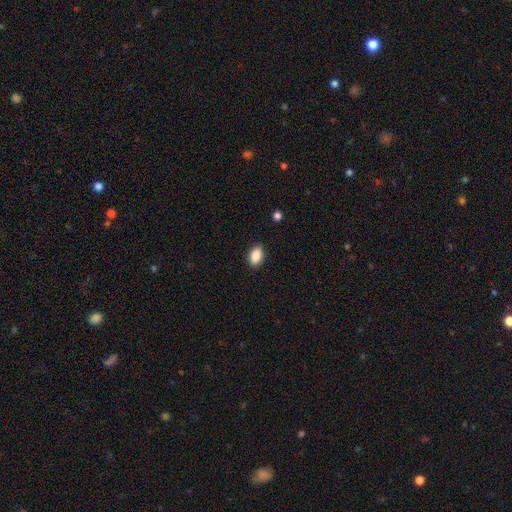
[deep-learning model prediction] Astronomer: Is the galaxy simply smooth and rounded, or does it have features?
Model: smooth — 88%.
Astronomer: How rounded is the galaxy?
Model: in between — 90%.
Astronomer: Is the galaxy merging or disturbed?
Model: none — 88%.